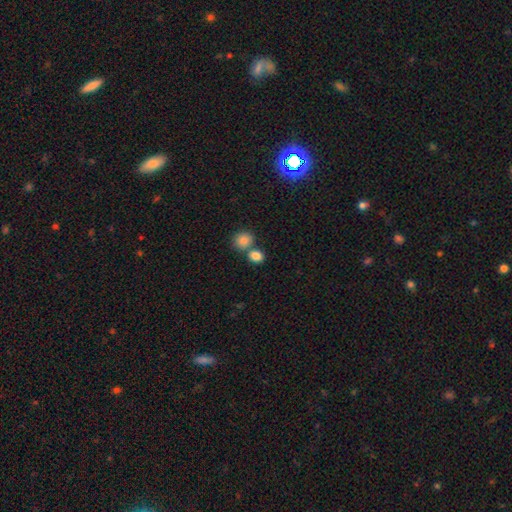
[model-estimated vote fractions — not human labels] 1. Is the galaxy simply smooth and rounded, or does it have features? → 84% smooth, 10% star or artifact, 6% featured or disk.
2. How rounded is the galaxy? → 57% round, 42% in between, 1% cigar-shaped.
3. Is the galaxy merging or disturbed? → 54% none, 35% merger, 8% minor disturbance, 3% major disturbance.